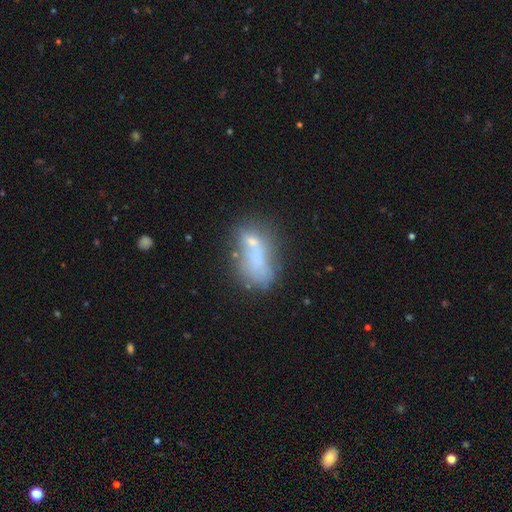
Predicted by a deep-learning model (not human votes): This is possibly a smooth galaxy (51%). How rounded: likely in between (79%). Merging: marginally none (32%).